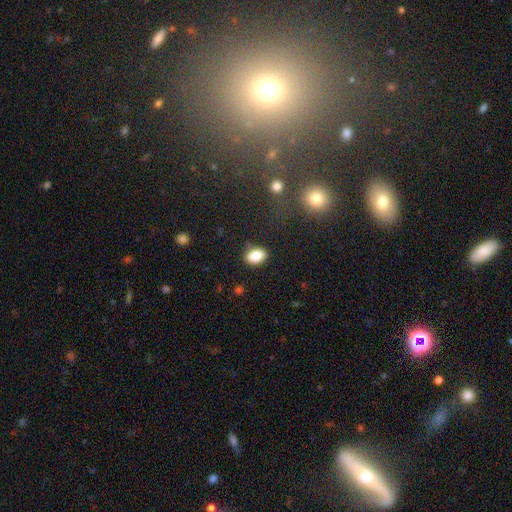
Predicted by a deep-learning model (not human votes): A smooth galaxy with no disk features (84%) that is in between round and cigar-shaped (82%).

Vote fractions:
- Smooth or featured? smooth: 84% / star or artifact: 9% / featured or disk: 7%
- How rounded? in between: 82% / round: 17% / cigar-shaped: 1%
- Merging? none: 84% / minor disturbance: 12% / major disturbance: 3% / merger: 2%